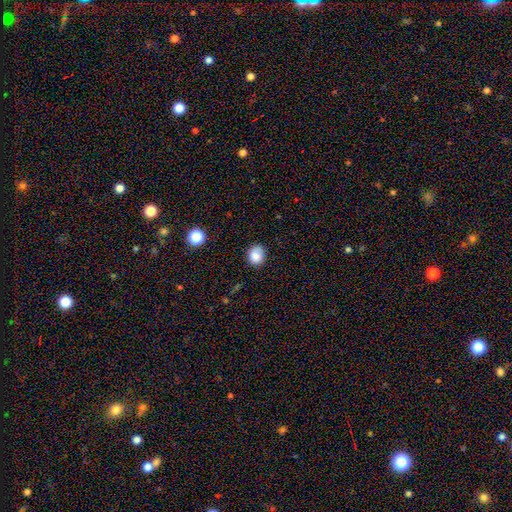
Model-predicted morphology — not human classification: Smooth or featured? smooth (84%)
How rounded? round (67%)
Merging? none (75%)